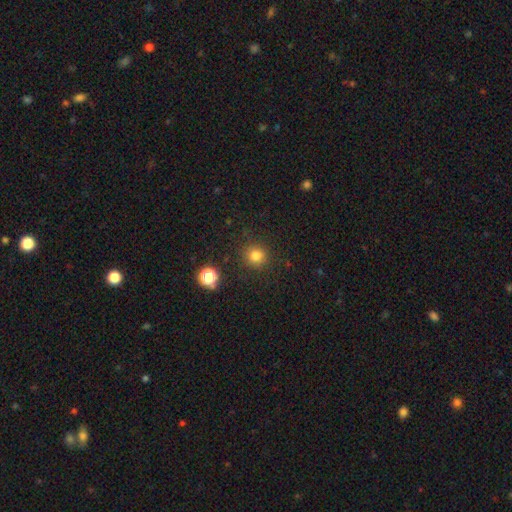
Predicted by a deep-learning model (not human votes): Q: Smooth or featured?
A: smooth (79%); runner-up: star or artifact (15%)
Q: How rounded?
A: round (89%); runner-up: in between (10%)
Q: Merging?
A: none (86%); runner-up: minor disturbance (8%)